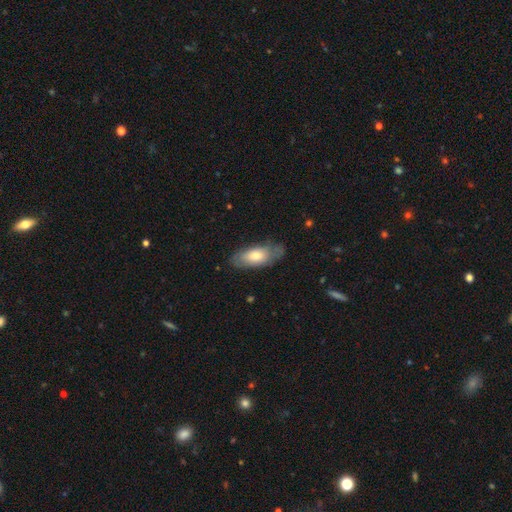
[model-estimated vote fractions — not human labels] smooth 67%, featured or disk 27%, star or artifact 6%. Down the decision tree: how rounded — in between (81%); merging — none (69%).